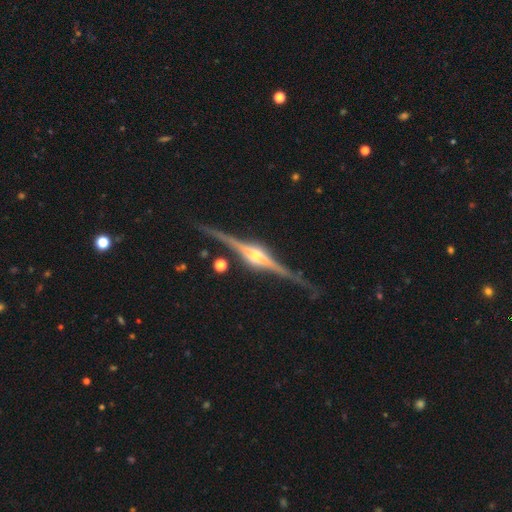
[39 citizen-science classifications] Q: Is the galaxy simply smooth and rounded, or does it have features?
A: featured or disk — 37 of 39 (95%).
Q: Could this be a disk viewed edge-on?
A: yes — 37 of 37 (100%).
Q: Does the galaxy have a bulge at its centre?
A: rounded — 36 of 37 (97%).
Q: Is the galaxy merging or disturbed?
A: none — 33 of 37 (89%).